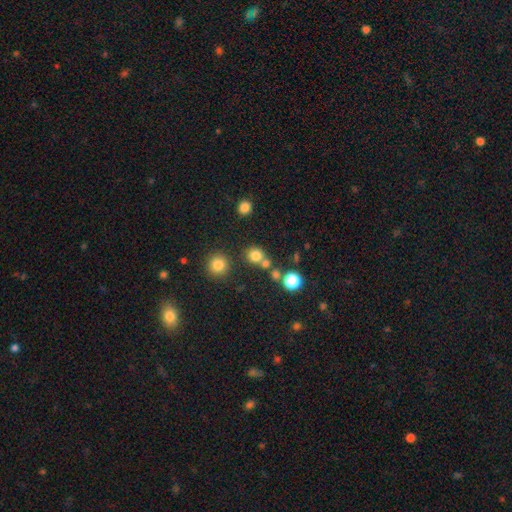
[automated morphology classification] Overall: smooth (77%). How rounded: round (87%). Merging: none (62%; merger 27%).